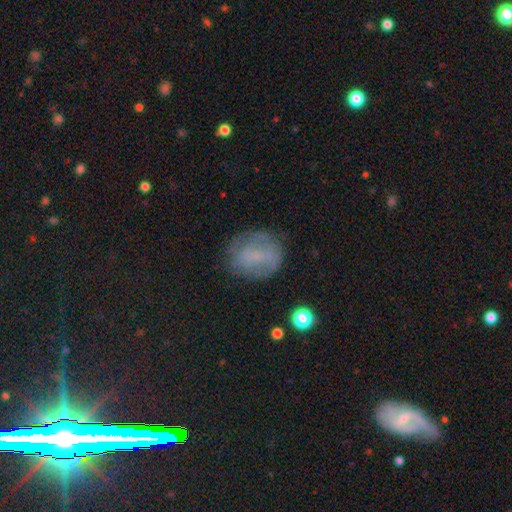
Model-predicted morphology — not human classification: Smooth or featured?
  - smooth: 49% *
  - featured or disk: 38%
  - star or artifact: 13%
Merging?
  - none: 69% *
  - minor disturbance: 20%
  - major disturbance: 10%
  - merger: 2%